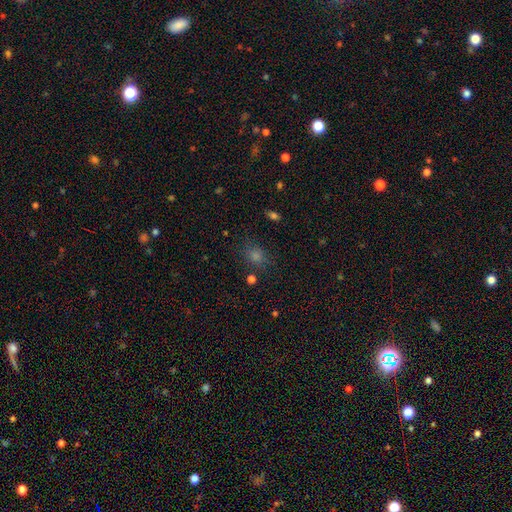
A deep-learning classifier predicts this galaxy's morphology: Smooth or featured? smooth (64%)
How rounded? round (62%)
Merging? none (82%)